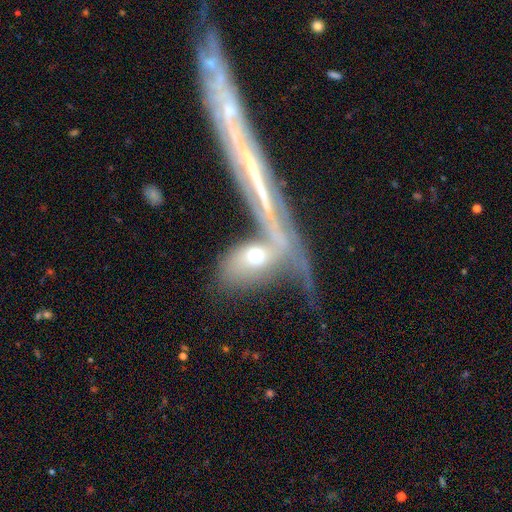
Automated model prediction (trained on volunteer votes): Overall: featured or disk (49%; smooth 40%). Merging: merger (63%).